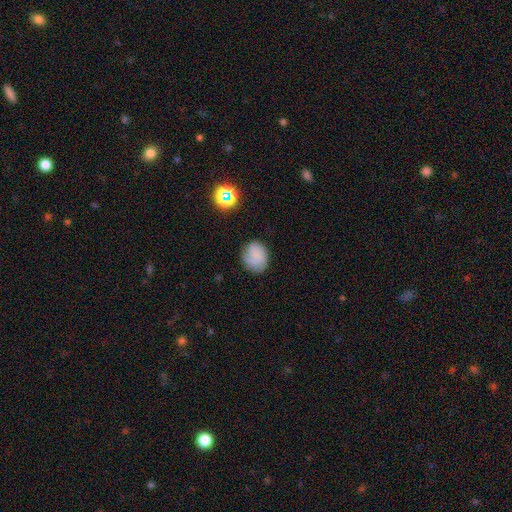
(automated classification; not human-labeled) A smooth galaxy with no disk features (66%) that is round (59%).

Vote fractions:
- Smooth or featured? smooth: 66% / featured or disk: 23% / star or artifact: 10%
- How rounded? round: 59% / in between: 40% / cigar-shaped: 1%
- Merging? none: 68% / minor disturbance: 22% / major disturbance: 8% / merger: 2%